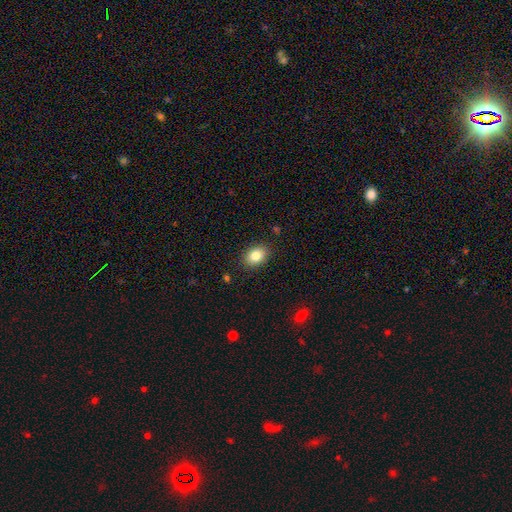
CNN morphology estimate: This appears to be a smooth galaxy with no disk features (84%) that is in between round and cigar-shaped (70%). Merging: none (87%).